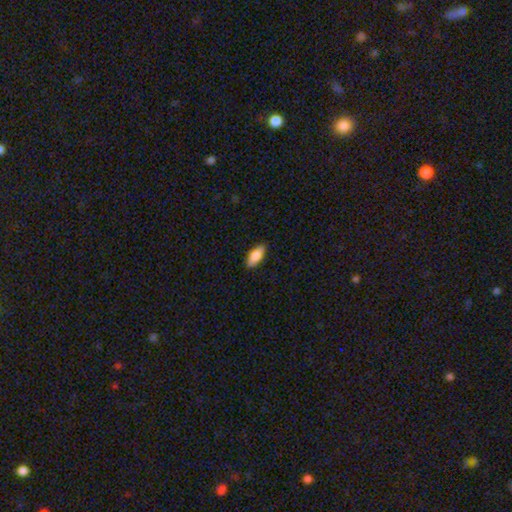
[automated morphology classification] Q: Smooth or featured?
A: smooth (82%); runner-up: featured or disk (12%)
Q: How rounded?
A: in between (79%); runner-up: cigar-shaped (19%)
Q: Merging?
A: none (89%); runner-up: minor disturbance (8%)